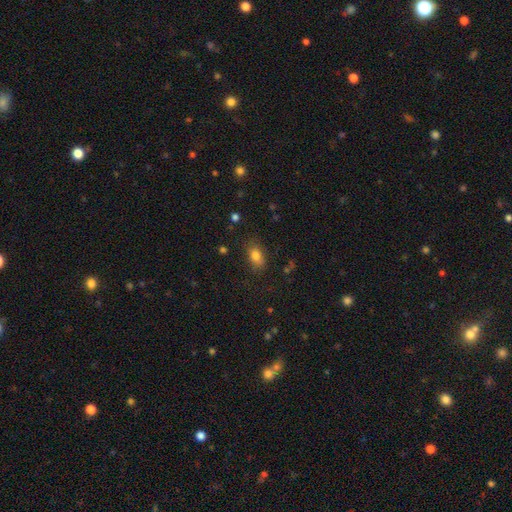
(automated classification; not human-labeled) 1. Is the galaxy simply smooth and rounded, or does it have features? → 80% smooth, 11% star or artifact, 9% featured or disk.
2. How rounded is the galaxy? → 82% in between, 15% round, 3% cigar-shaped.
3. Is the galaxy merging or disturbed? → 77% none, 16% minor disturbance, 5% major disturbance, 2% merger.